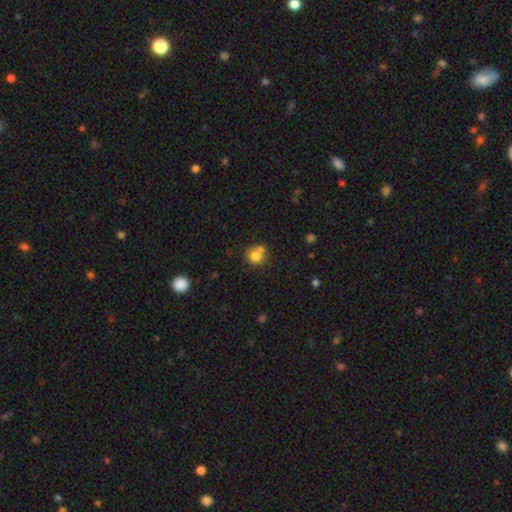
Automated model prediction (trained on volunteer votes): Smooth or featured? smooth (77%)
How rounded? round (84%)
Merging? none (50%)